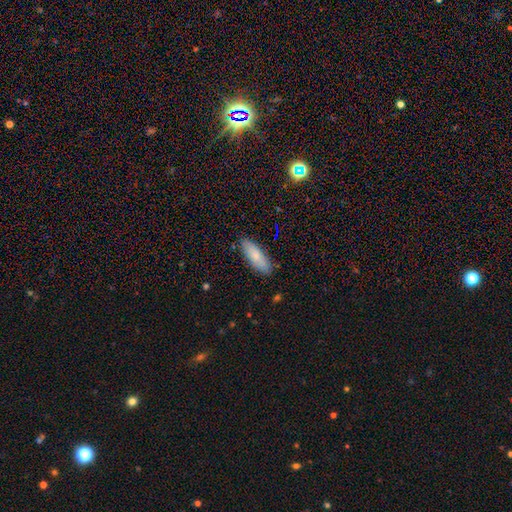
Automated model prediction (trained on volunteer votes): This is likely a smooth galaxy (80%). How rounded: likely in between (61%). Merging: clearly none (87%).